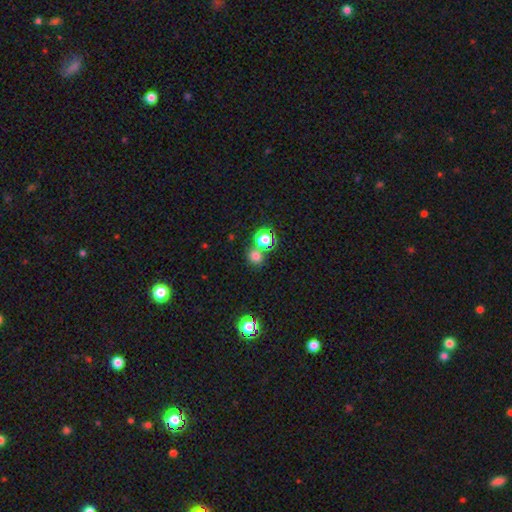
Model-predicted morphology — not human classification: A smooth galaxy with no disk features (73%) that is round (79%).

Vote fractions:
- Smooth or featured? smooth: 73% / star or artifact: 21% / featured or disk: 6%
- How rounded? round: 79% / in between: 20% / cigar-shaped: 1%
- Merging? none: 61% / merger: 27% / minor disturbance: 8% / major disturbance: 3%